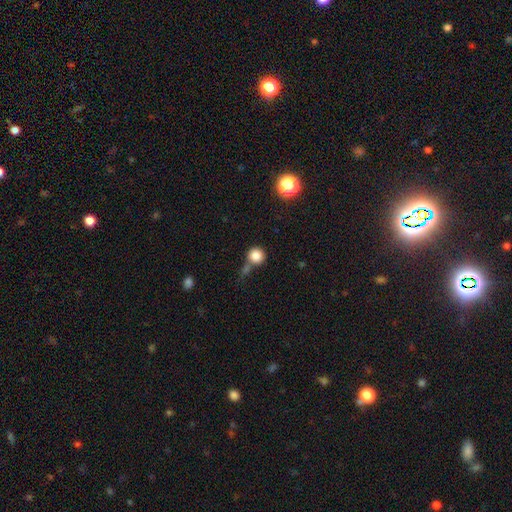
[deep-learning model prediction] smooth_or_featured: smooth (p=0.84) [alt: star or artifact p=0.11]
how_rounded: round (p=0.92) [alt: in between p=0.07]
merging: none (p=0.58) [alt: merger p=0.23]